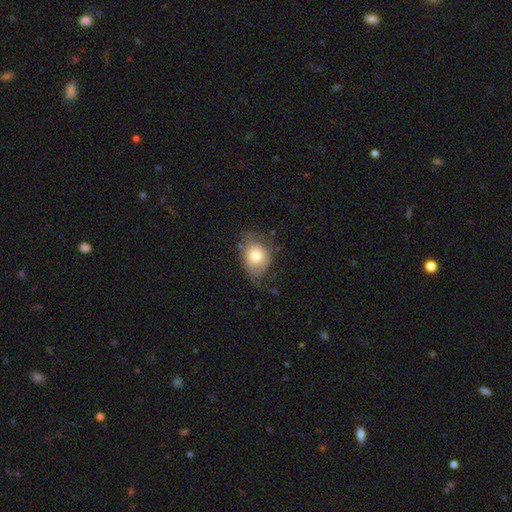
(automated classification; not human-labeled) A smooth galaxy with no disk features (76%) that is in between round and cigar-shaped (59%). Merging: none (49%).